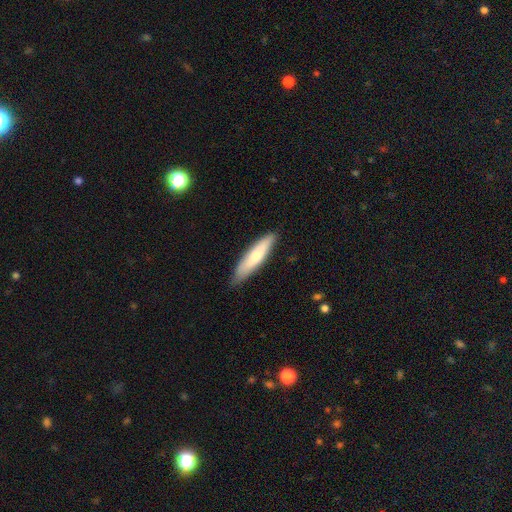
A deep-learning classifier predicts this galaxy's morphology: Overall: smooth (65%; featured or disk 30%). How rounded: cigar-shaped (76%). Merging: none (84%).